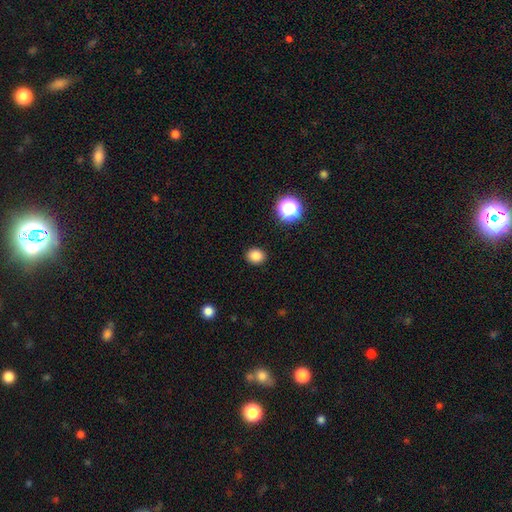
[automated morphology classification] smooth-or-featured: smooth: 84% | star or artifact: 13% | featured or disk: 4%
  how-rounded: round: 63% | in between: 36% | cigar-shaped: 1%
  merging: none: 90% | minor disturbance: 7% | major disturbance: 2% | merger: 1%